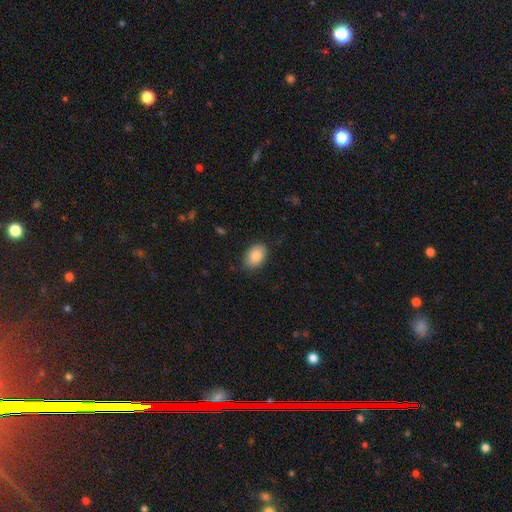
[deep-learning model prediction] Smooth or featured?
  - smooth: 86% *
  - star or artifact: 7%
  - featured or disk: 7%
How rounded?
  - in between: 80% *
  - round: 19%
  - cigar-shaped: 1%
Merging?
  - none: 83% *
  - minor disturbance: 13%
  - major disturbance: 3%
  - merger: 1%